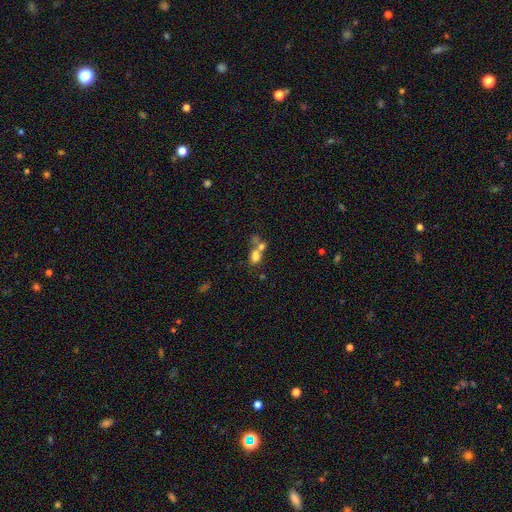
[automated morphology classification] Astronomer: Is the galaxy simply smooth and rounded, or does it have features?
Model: smooth — 68%.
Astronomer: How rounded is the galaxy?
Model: round — 49%, tied with in between at 49%.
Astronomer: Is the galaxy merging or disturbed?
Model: merger — 59%.